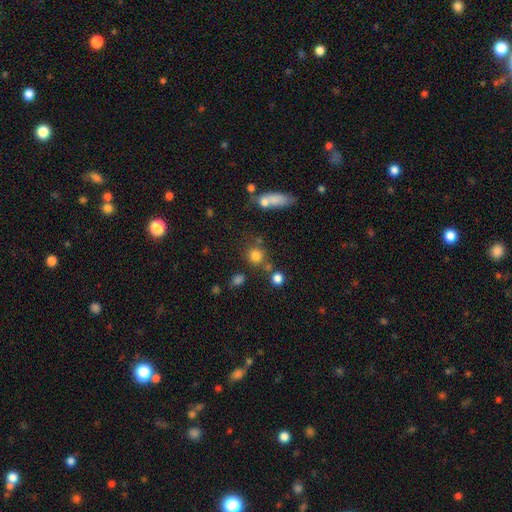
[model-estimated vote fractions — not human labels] Morphology: type=smooth (77%); roundness=round (86%); merging=none (69%).